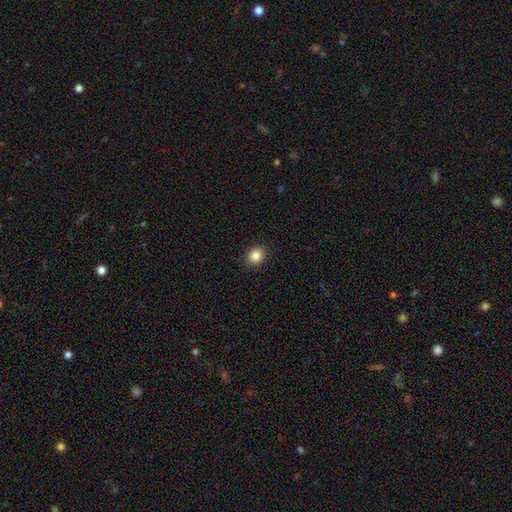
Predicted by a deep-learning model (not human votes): Smooth or featured? smooth (85%)
How rounded? round (59%)
Merging? none (90%)